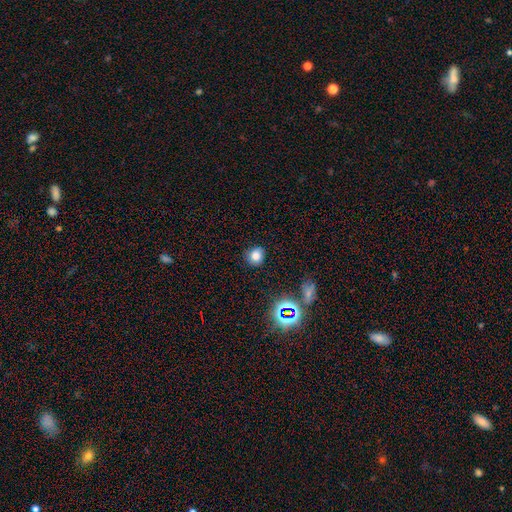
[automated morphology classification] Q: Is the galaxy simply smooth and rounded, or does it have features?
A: smooth — 75%.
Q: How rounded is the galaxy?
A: round — 76%.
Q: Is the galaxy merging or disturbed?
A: none — 81%.